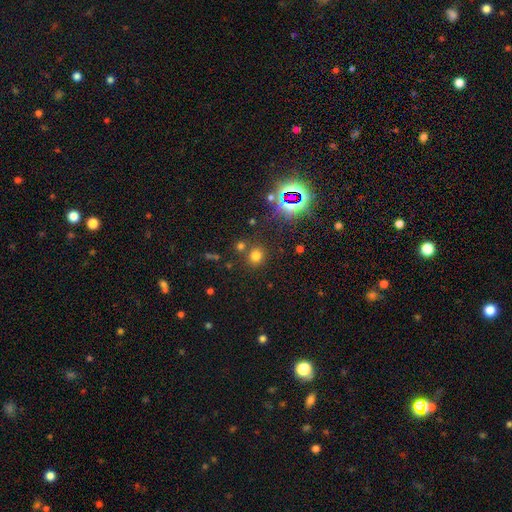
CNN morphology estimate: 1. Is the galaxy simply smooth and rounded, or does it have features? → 67% smooth, 26% star or artifact, 7% featured or disk.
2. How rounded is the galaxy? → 86% round, 13% in between, 1% cigar-shaped.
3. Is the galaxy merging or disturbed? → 78% none, 11% merger, 8% minor disturbance, 4% major disturbance.